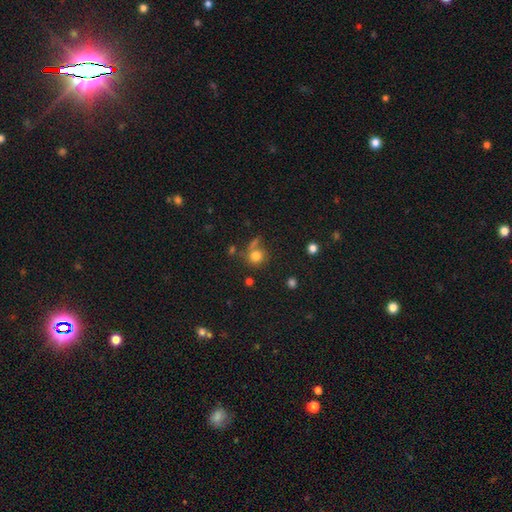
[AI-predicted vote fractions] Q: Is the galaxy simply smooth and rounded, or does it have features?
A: smooth — 78%.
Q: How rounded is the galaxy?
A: round — 86%.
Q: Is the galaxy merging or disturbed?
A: none — 62%.